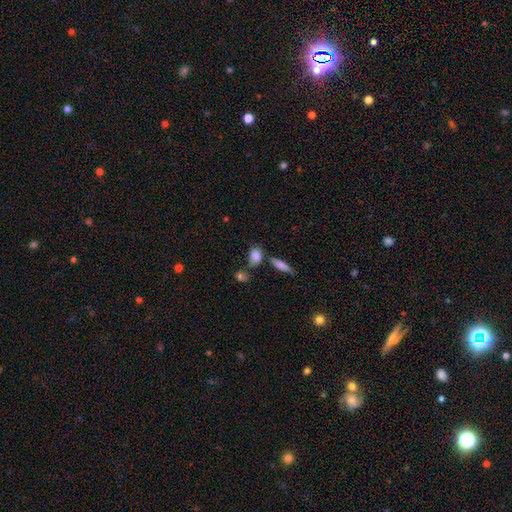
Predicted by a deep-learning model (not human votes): Smooth or featured? smooth (83%)
How rounded? in between (73%)
Merging? none (56%)